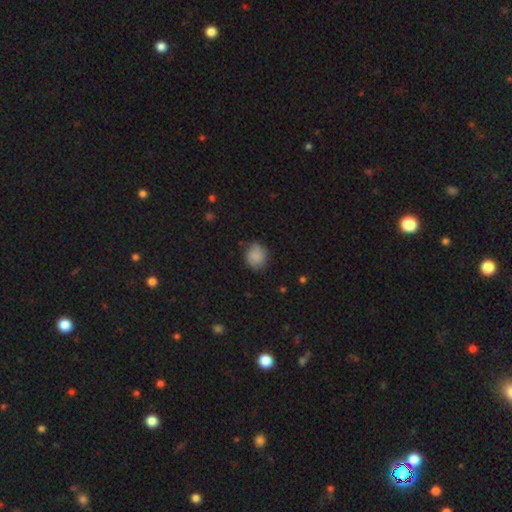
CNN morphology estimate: Smooth or featured? smooth (87%)
How rounded? round (81%)
Merging? none (79%)